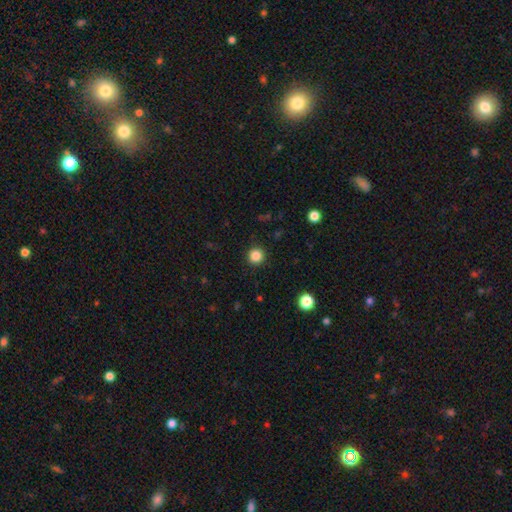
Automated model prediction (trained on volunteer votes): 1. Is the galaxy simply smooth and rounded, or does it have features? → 85% smooth, 12% star or artifact, 3% featured or disk.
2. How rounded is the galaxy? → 95% round, 4% in between, 1% cigar-shaped.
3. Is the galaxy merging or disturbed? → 92% none, 5% minor disturbance, 2% major disturbance, 1% merger.